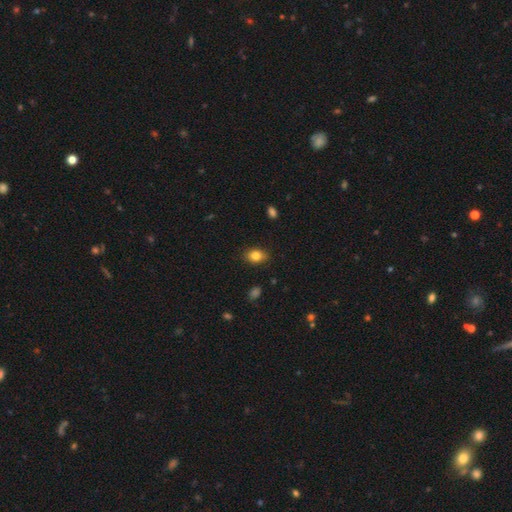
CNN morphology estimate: Smooth or featured: smooth — 84% (star or artifact — 10%)
How rounded: in between — 66% (round — 33%)
Merging: none — 85% (minor disturbance — 11%)